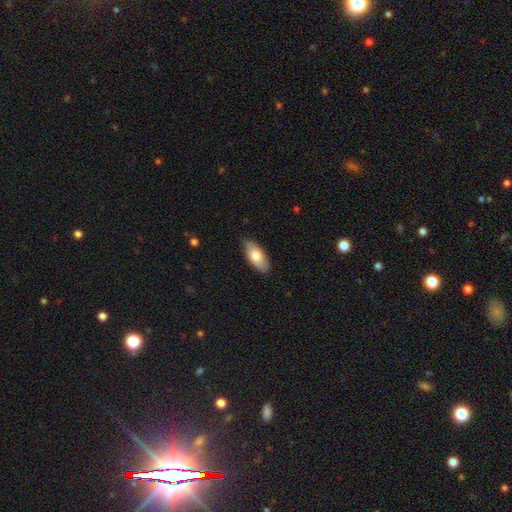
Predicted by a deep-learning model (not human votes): The model was most divided on "smooth or featured": smooth: 74%, featured or disk: 21%, star or artifact: 6%. More confident: how rounded — in between (88%); merging — none (83%).